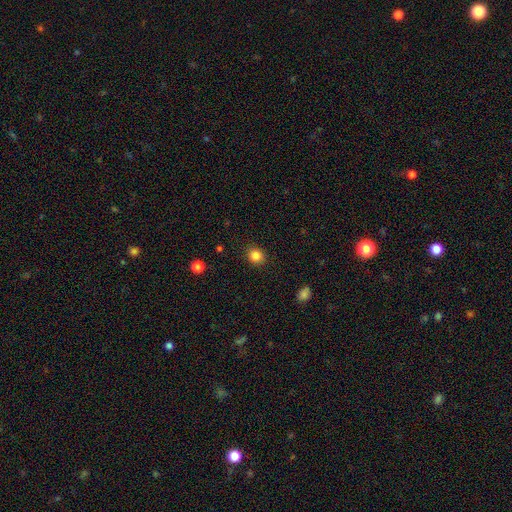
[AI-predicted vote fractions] This is clearly a smooth galaxy (85%). How rounded: clearly round (83%). Merging: clearly none (90%).